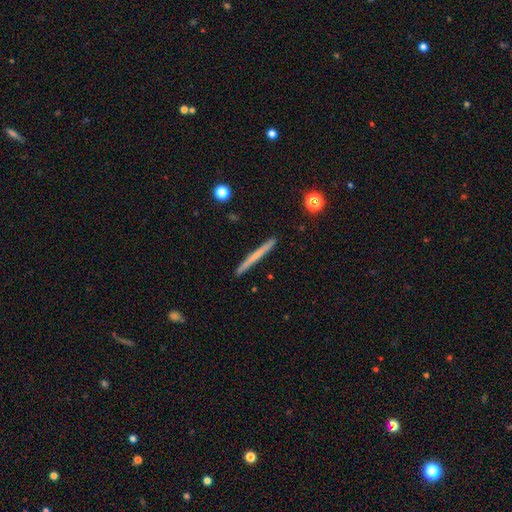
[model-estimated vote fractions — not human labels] Smooth or featured? Predicted: smooth (p=0.48). Merging? Predicted: none (p=0.92).